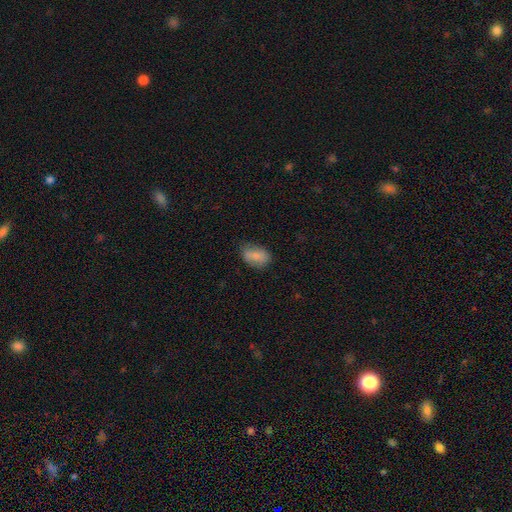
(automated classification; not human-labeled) smooth_or_featured: smooth (p=0.82) [alt: featured or disk p=0.11]
how_rounded: in between (p=0.88) [alt: round p=0.10]
merging: none (p=0.70) [alt: minor disturbance p=0.23]